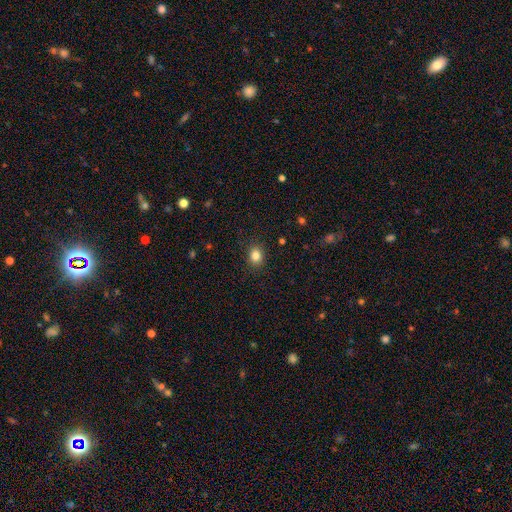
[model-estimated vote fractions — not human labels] Smooth or featured?
  - smooth: 84% *
  - star or artifact: 11%
  - featured or disk: 5%
How rounded?
  - round: 58% *
  - in between: 42%
  - cigar-shaped: 1%
Merging?
  - none: 89% *
  - minor disturbance: 8%
  - major disturbance: 2%
  - merger: 1%